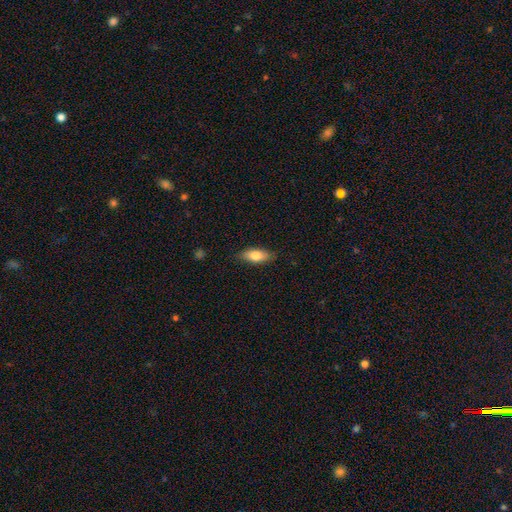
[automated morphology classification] A smooth galaxy with no disk features (77%) that is in between round and cigar-shaped (79%).

Vote fractions:
- Smooth or featured? smooth: 77% / featured or disk: 16% / star or artifact: 7%
- How rounded? in between: 79% / cigar-shaped: 18% / round: 3%
- Merging? none: 85% / minor disturbance: 12% / major disturbance: 2% / merger: 1%